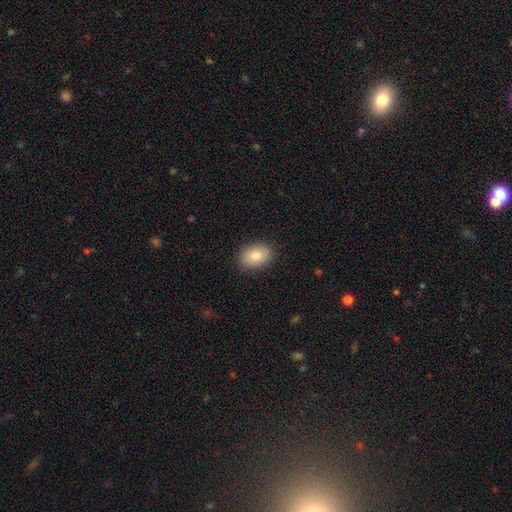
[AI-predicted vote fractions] The model was most divided on "how rounded": in between: 79%, round: 19%, cigar-shaped: 1%. More confident: merging — none (88%); smooth or featured — smooth (85%).